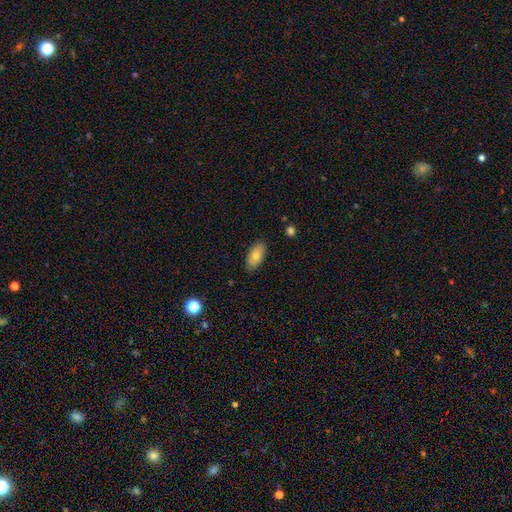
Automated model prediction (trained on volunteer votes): smooth-or-featured: smooth: 77% | featured or disk: 16% | star or artifact: 7%
  how-rounded: in between: 91% | cigar-shaped: 6% | round: 3%
  merging: none: 85% | minor disturbance: 11% | major disturbance: 2% | merger: 1%